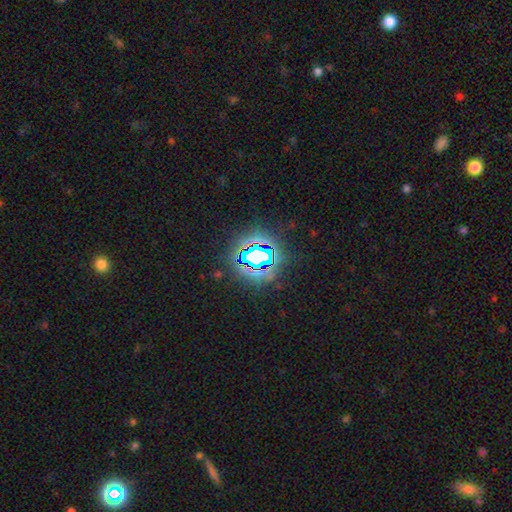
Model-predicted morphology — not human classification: Overall: star or artifact (70%).